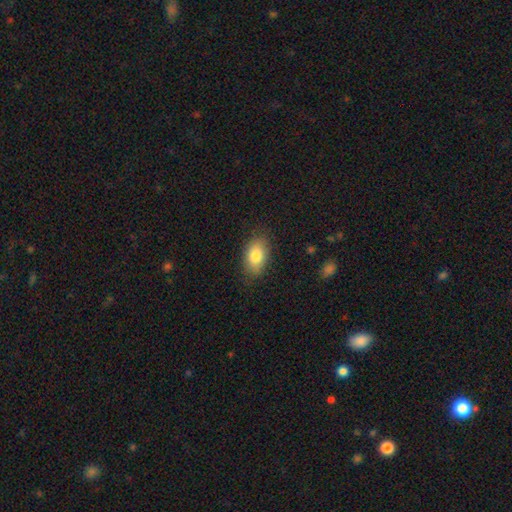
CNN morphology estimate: smooth_or_featured: smooth (p=0.82) [alt: featured or disk p=0.10]
how_rounded: in between (p=0.89) [alt: round p=0.10]
merging: none (p=0.82) [alt: minor disturbance p=0.14]